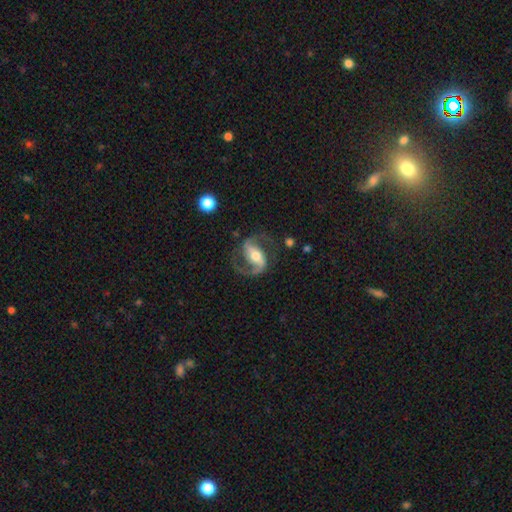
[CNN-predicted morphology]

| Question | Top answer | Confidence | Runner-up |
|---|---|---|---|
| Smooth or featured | featured or disk | 89% | smooth (7%) |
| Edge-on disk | no | 97% | yes (3%) |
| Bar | strong | 50% | weak (31%) |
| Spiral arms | yes | 96% | no (4%) |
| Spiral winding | medium | 54% | loose (33%) |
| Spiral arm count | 2 | 92% | 1 (4%) |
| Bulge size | moderate | 63% | small (23%) |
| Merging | none | 75% | minor disturbance (13%) |